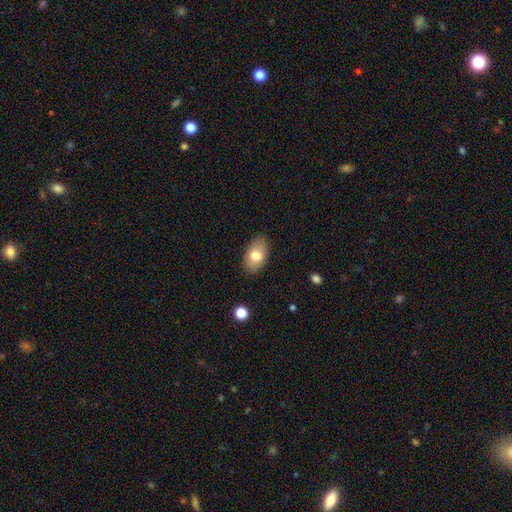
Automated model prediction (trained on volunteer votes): Morphology: type=smooth (76%); roundness=in between (91%); merging=none (85%).